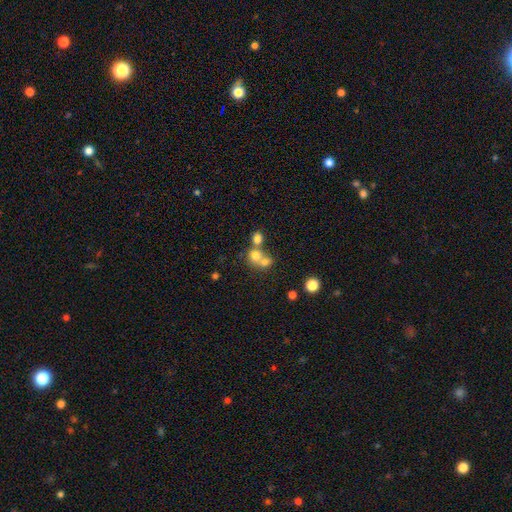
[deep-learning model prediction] Smooth or featured: smooth — 71% (star or artifact — 14%)
How rounded: round — 79% (in between — 20%)
Merging: merger — 55% (none — 35%)